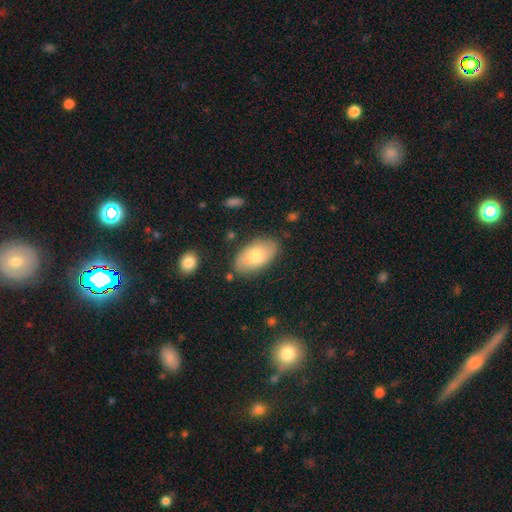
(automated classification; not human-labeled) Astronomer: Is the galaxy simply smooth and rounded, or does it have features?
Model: smooth — 65%.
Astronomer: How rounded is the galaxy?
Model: in between — 94%.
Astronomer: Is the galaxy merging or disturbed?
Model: none — 79%.